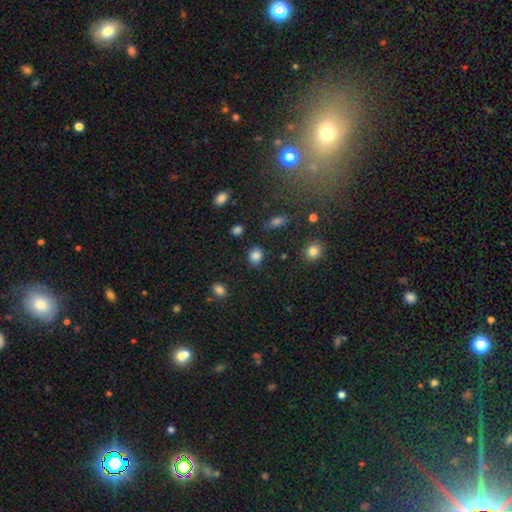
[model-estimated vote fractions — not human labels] Smooth or featured? Predicted: smooth (p=0.85). How rounded? Predicted: round (p=0.61). Merging? Predicted: none (p=0.84).